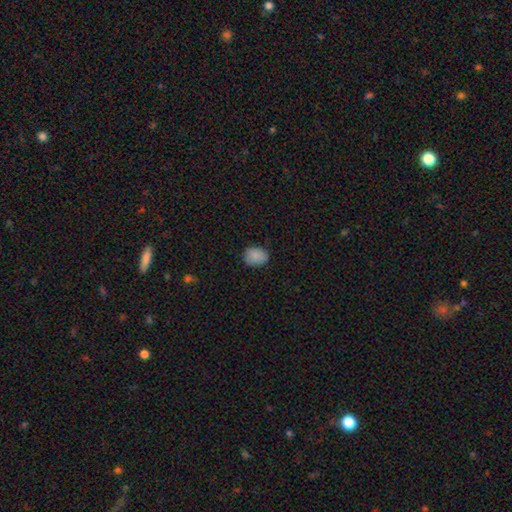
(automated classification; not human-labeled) Smooth or featured? smooth (87%)
How rounded? in between (59%)
Merging? none (80%)